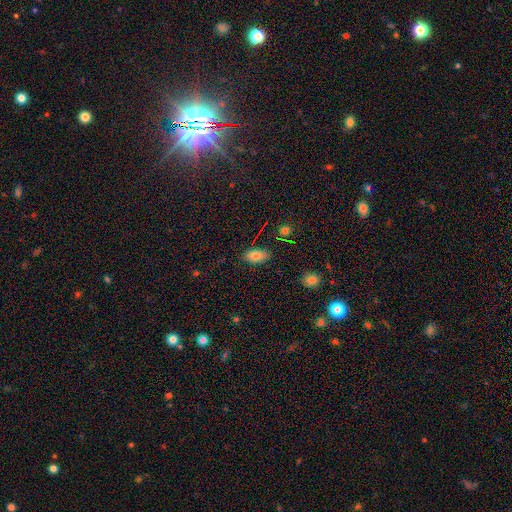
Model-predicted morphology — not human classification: Smooth or featured? smooth (79%)
How rounded? in between (91%)
Merging? none (83%)